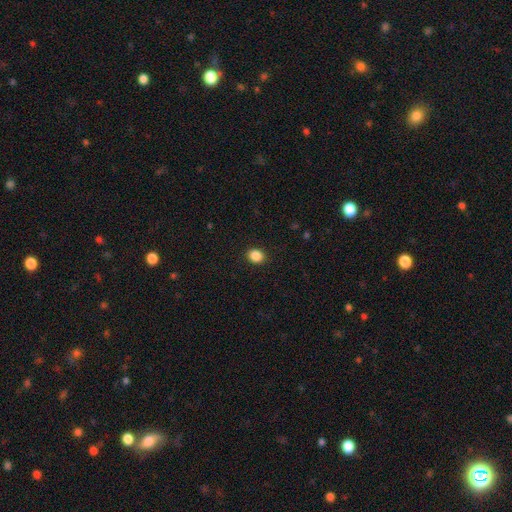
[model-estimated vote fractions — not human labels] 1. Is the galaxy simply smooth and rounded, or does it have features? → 87% smooth, 10% star or artifact, 3% featured or disk.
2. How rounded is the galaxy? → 60% round, 39% in between, 1% cigar-shaped.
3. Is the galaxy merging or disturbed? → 91% none, 6% minor disturbance, 2% major disturbance, 1% merger.